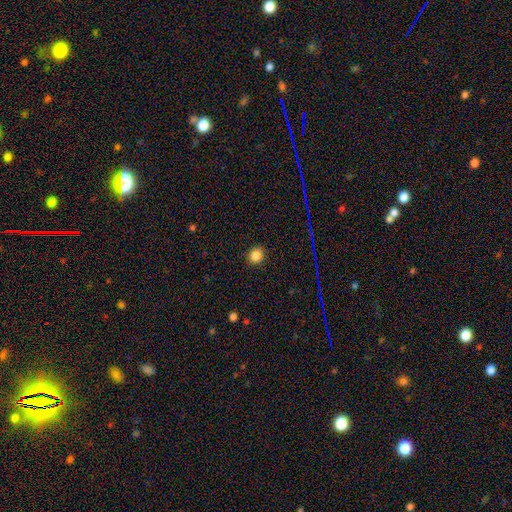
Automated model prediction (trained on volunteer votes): smooth 83%, star or artifact 13%, featured or disk 4%. Down the decision tree: how rounded — round (81%); merging — none (90%).